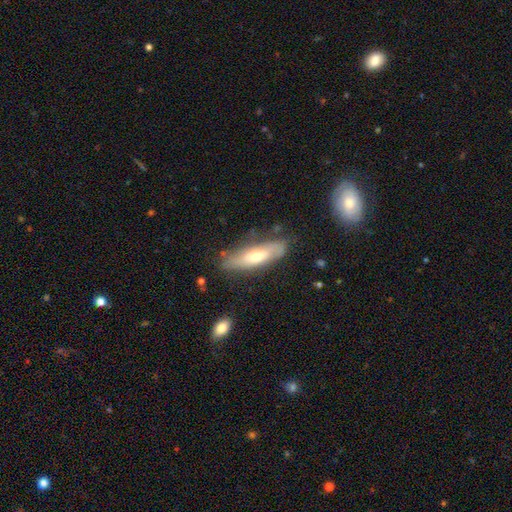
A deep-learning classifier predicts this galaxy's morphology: type=smooth (52%); roundness=cigar-shaped (56%); merging=none (74%).